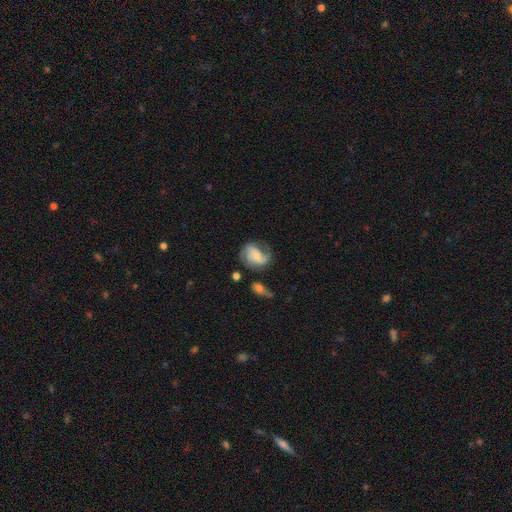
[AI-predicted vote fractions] Smooth or featured? featured or disk (79%)
Edge-on disk? no (98%)
Bar? no (51%)
Spiral arms? yes (95%)
Spiral winding? medium (48%)
Spiral arm count? 2 (60%)
Bulge size? small (56%)
Merging? none (60%)